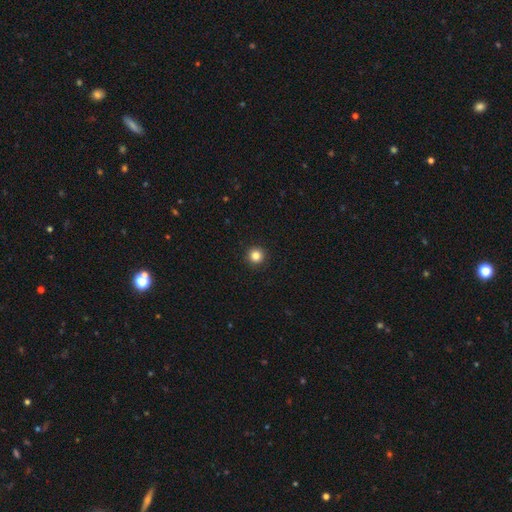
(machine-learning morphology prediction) Overall: smooth (84%). How rounded: round (96%). Merging: none (94%).